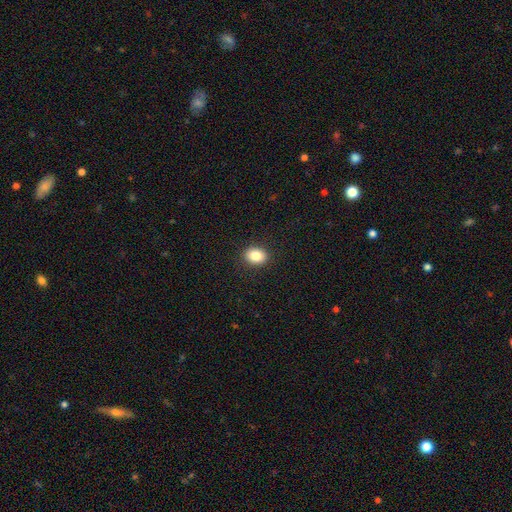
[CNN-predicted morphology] This is clearly a smooth galaxy (85%). How rounded: possibly in between (57%). Merging: clearly none (90%).